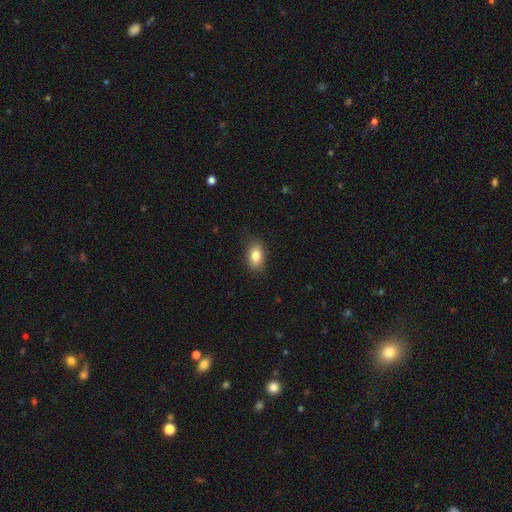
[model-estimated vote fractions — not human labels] Q: Smooth or featured?
A: smooth (83%); runner-up: featured or disk (9%)
Q: How rounded?
A: in between (85%); runner-up: round (13%)
Q: Merging?
A: none (84%); runner-up: minor disturbance (12%)